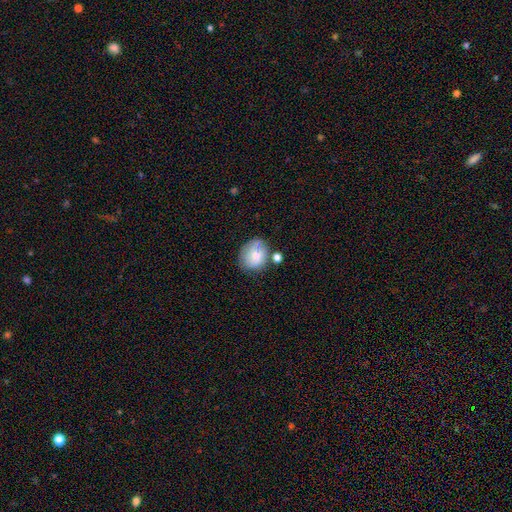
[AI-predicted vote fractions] Smooth or featured?
  - smooth: 69% *
  - featured or disk: 22%
  - star or artifact: 9%
How rounded?
  - round: 65% *
  - in between: 34%
  - cigar-shaped: 1%
Merging?
  - none: 56% *
  - minor disturbance: 23%
  - merger: 13%
  - major disturbance: 8%